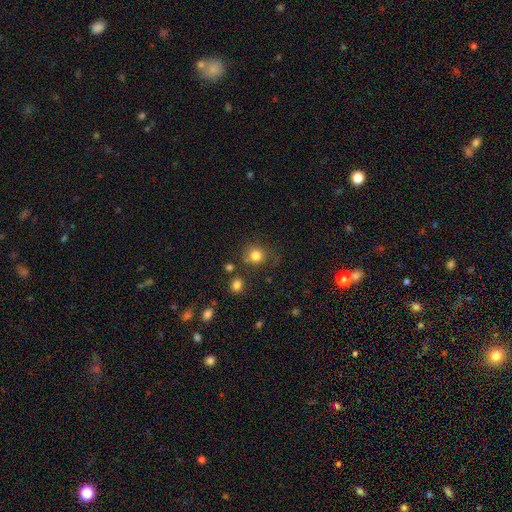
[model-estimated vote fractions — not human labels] This is clearly a smooth galaxy (81%). How rounded: clearly round (87%). Merging: likely none (74%).